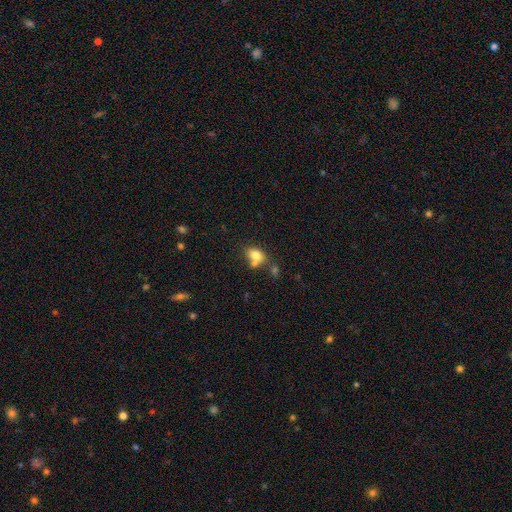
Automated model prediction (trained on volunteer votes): A smooth galaxy with no disk features (77%) that is in between round and cigar-shaped (68%). Merging: none (44%).